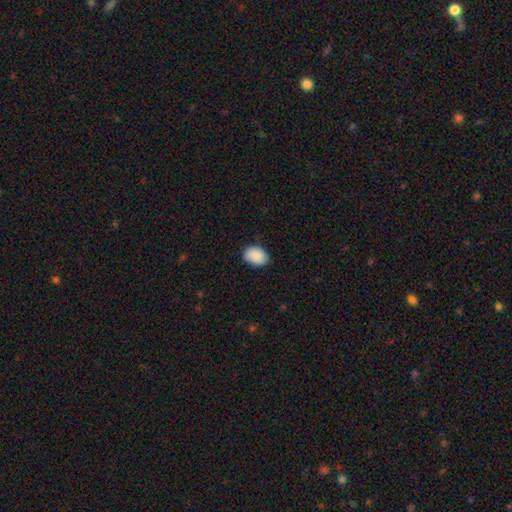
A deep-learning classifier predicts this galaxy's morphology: The model was most divided on "how rounded": in between: 79%, round: 20%, cigar-shaped: 1%. More confident: smooth or featured — smooth (89%); merging — none (81%).